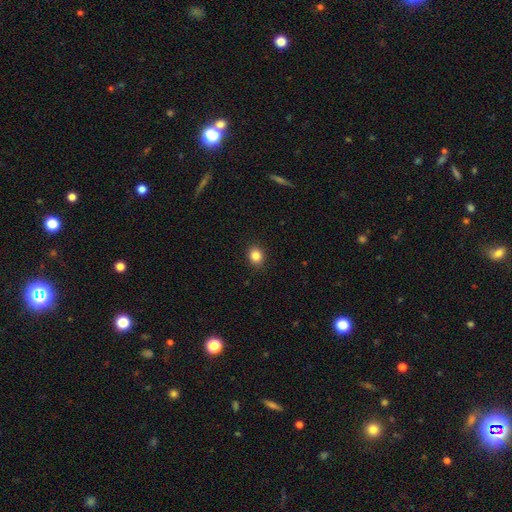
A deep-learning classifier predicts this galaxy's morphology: Smooth or featured? smooth (85%)
How rounded? round (63%)
Merging? none (91%)